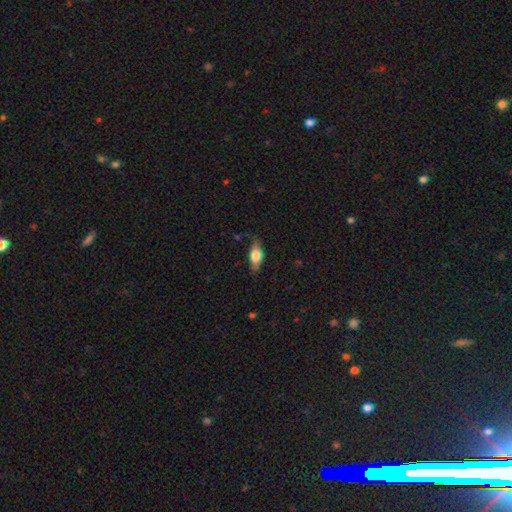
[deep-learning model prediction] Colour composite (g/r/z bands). It shows a smooth galaxy with no disk features (62%) that is in between round and cigar-shaped (79%). Merging: none (76%).